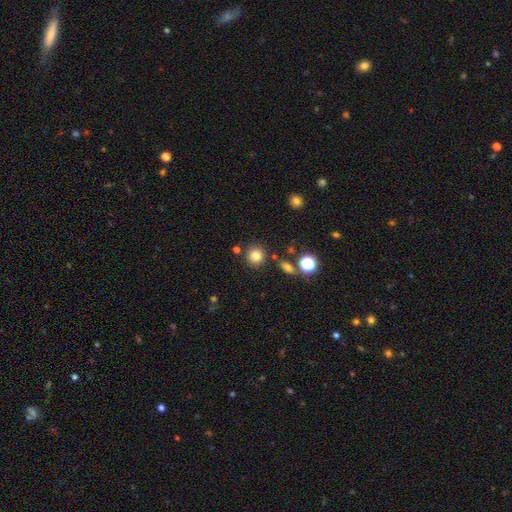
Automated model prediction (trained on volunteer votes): smooth 80%, star or artifact 13%, featured or disk 7%. Down the decision tree: how rounded — round (92%); merging — none (84%).